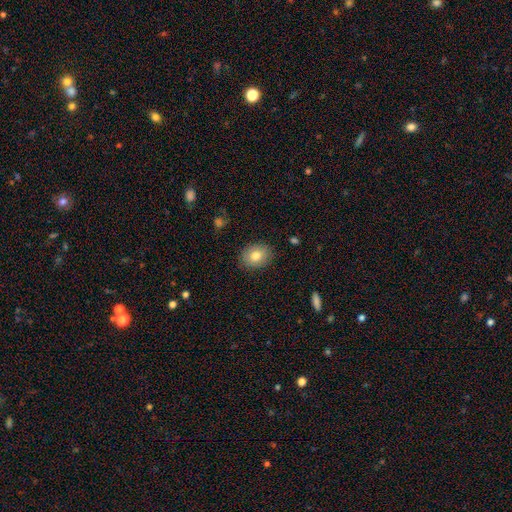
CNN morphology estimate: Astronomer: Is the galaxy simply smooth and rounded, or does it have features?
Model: smooth — 80%.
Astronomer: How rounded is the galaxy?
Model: in between — 57% (runner-up: round, 42%).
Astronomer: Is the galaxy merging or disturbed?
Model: none — 87%.